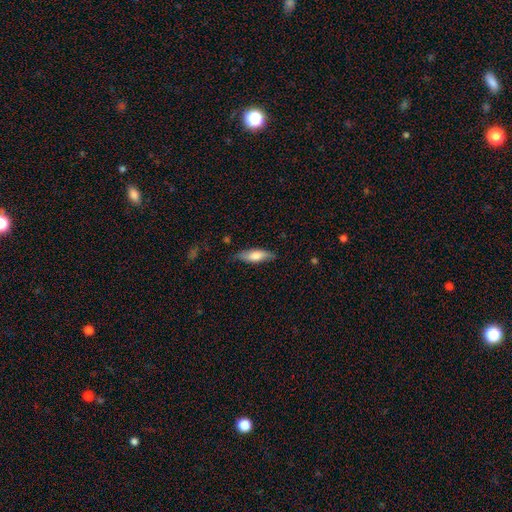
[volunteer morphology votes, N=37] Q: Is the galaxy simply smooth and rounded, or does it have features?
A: smooth — 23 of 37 (62%).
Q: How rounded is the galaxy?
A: in between — 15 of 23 (65%).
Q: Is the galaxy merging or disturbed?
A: none — 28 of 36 (78%).